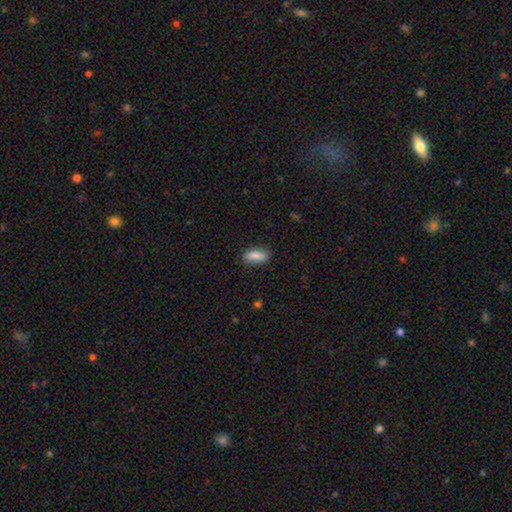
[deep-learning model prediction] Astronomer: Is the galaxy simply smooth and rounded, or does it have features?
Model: smooth — 85%.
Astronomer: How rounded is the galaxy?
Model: in between — 81%.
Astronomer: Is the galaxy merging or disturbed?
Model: none — 83%.